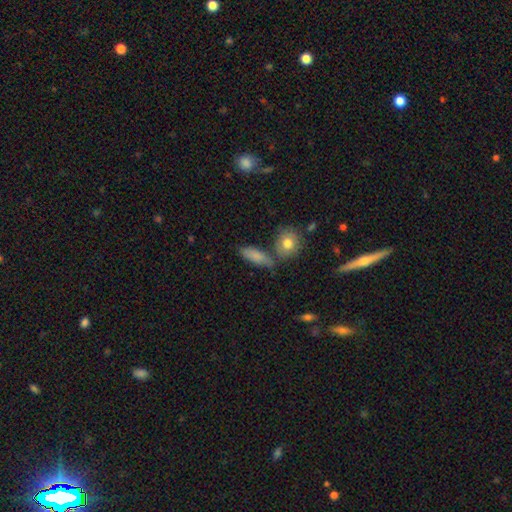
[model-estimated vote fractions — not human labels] This is clearly a smooth galaxy (81%). How rounded: likely in between (67%). Merging: likely none (64%).